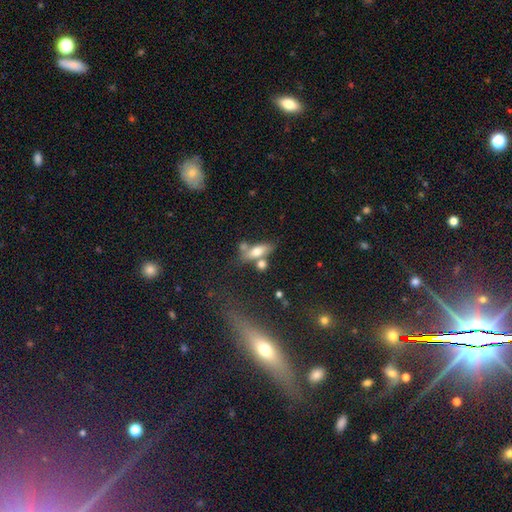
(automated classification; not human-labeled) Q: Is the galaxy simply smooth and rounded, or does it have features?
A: smooth — 50%.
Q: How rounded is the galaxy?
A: in between — 57%.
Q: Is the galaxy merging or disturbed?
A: none — 56%.